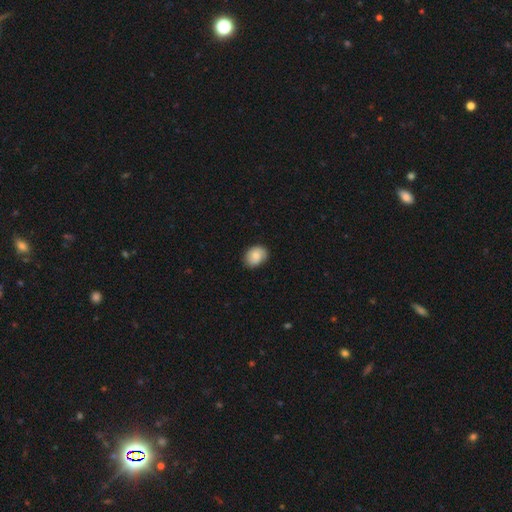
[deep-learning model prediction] This is likely a smooth galaxy (78%). How rounded: possibly in between (60%). Merging: clearly none (82%).